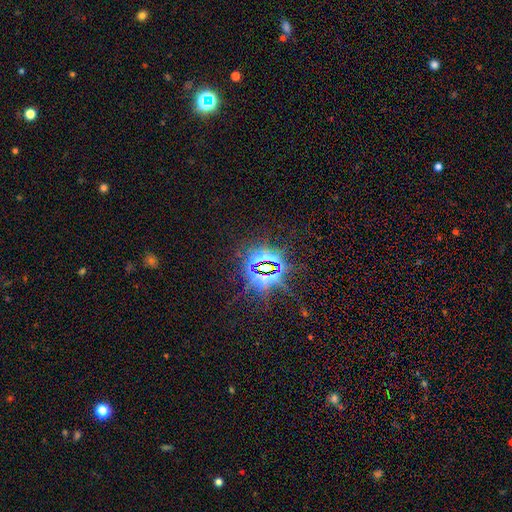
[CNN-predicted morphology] Smooth or featured?
  - star or artifact: 86% *
  - smooth: 7%
  - featured or disk: 7%